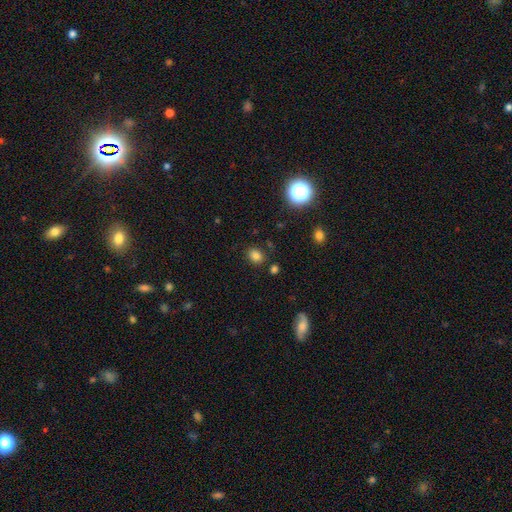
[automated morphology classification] Q: Smooth or featured?
A: smooth (80%); runner-up: star or artifact (15%)
Q: How rounded?
A: round (52%); runner-up: in between (47%)
Q: Merging?
A: none (82%); runner-up: minor disturbance (11%)